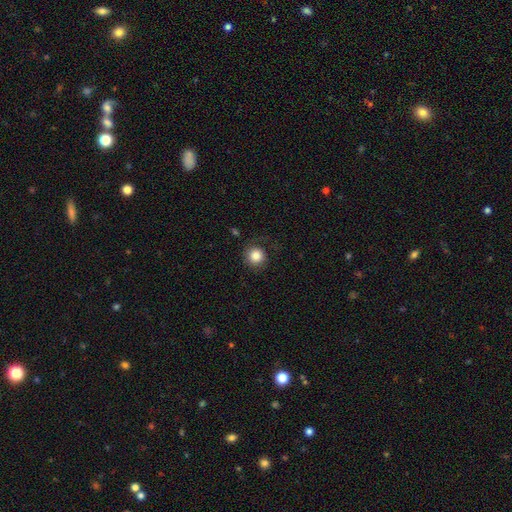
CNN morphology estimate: A smooth galaxy with no disk features (84%) that is round (92%).

Vote fractions:
- Smooth or featured? smooth: 84% / star or artifact: 8% / featured or disk: 8%
- How rounded? round: 92% / in between: 7% / cigar-shaped: 1%
- Merging? none: 71% / minor disturbance: 17% / major disturbance: 11% / merger: 2%